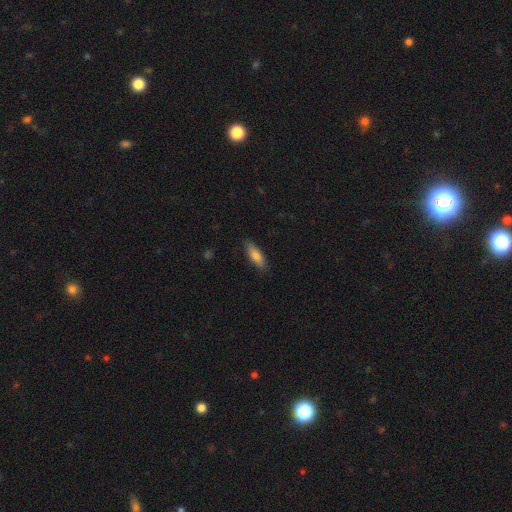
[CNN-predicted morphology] Smooth or featured? Predicted: smooth (p=0.81). How rounded? Predicted: in between (p=0.56). Merging? Predicted: none (p=0.85).